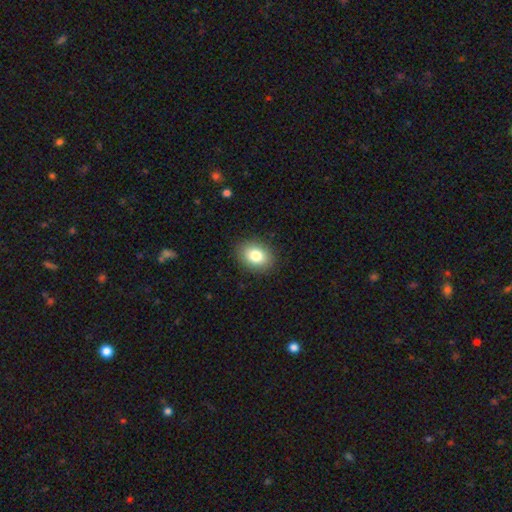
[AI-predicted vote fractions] smooth 82%, featured or disk 9%, star or artifact 9%. Down the decision tree: how rounded — in between (59%); merging — none (89%).